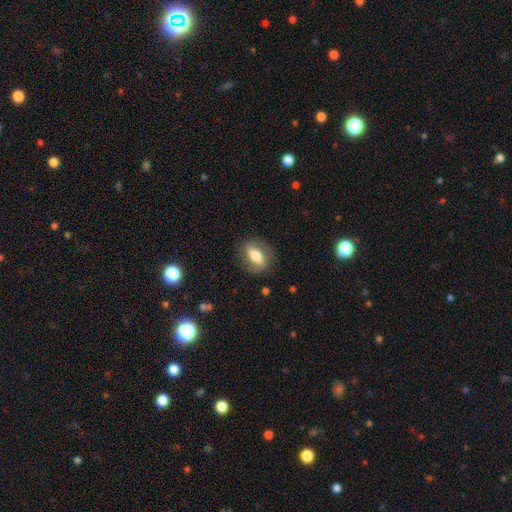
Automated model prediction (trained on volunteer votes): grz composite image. It shows a smooth galaxy with no disk features (51%) that is in between round and cigar-shaped (69%). Merging: none (80%).